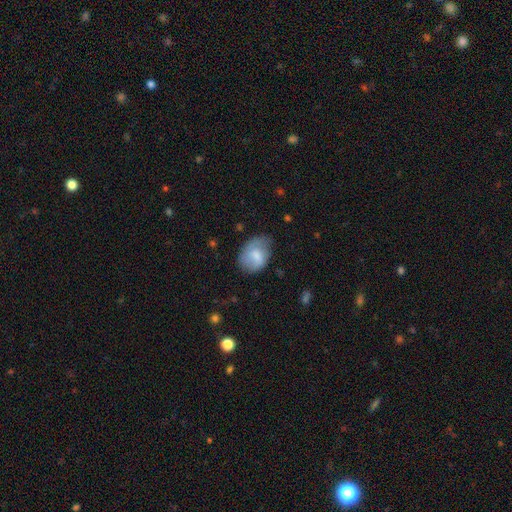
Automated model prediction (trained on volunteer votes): The model was most divided on "merging": none: 53%, minor disturbance: 33%, major disturbance: 12%, merger: 2%. More confident: smooth or featured — smooth (69%); how rounded — in between (68%).